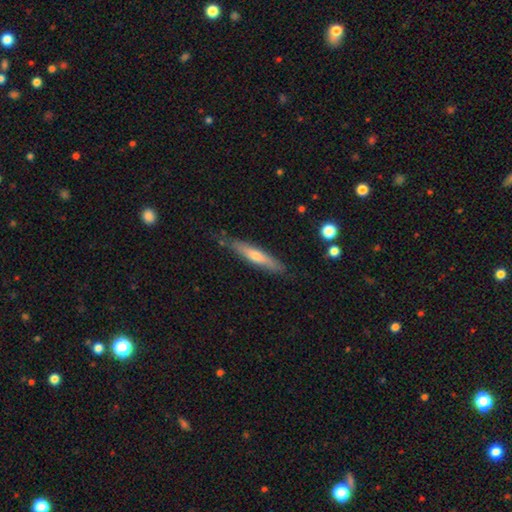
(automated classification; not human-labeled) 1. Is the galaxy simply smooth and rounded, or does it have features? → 50% featured or disk, 43% smooth, 7% star or artifact.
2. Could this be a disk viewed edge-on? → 89% yes, 11% no.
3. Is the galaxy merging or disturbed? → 81% none, 15% minor disturbance, 3% major disturbance, 2% merger.